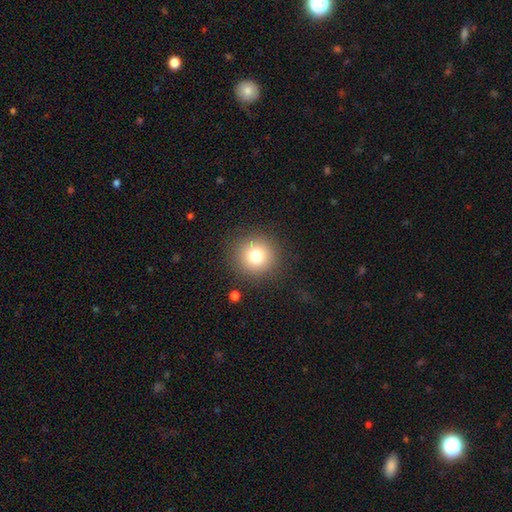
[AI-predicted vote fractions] Overall: smooth (77%). How rounded: round (94%). Merging: none (88%).